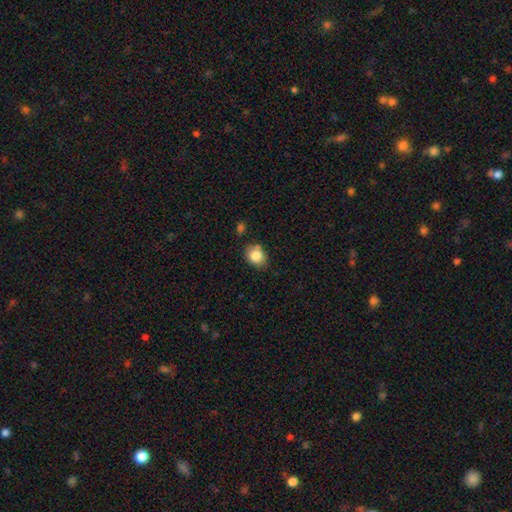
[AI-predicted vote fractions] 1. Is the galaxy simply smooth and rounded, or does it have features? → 83% smooth, 9% star or artifact, 7% featured or disk.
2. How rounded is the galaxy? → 54% round, 46% in between, 1% cigar-shaped.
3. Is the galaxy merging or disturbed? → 72% none, 19% minor disturbance, 6% merger, 4% major disturbance.